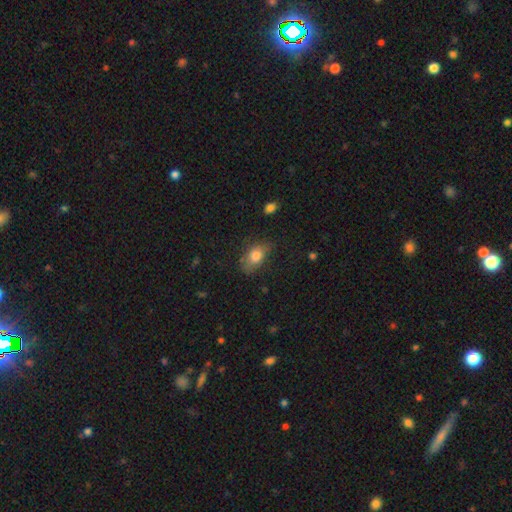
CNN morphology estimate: Overall: smooth (77%). How rounded: in between (85%). Merging: none (62%; minor disturbance 27%).